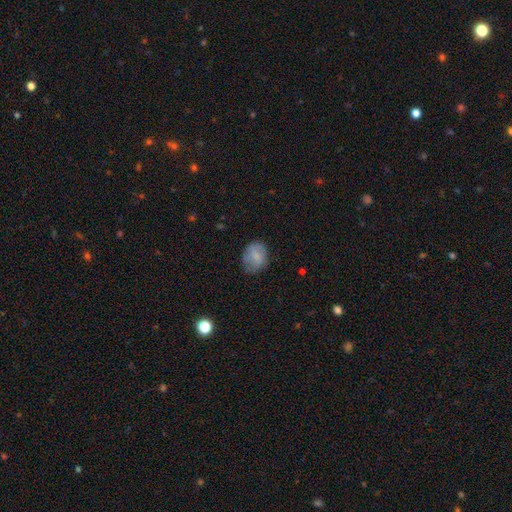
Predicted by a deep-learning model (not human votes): Overall: smooth (77%). How rounded: in between (52%; round 47%). Merging: none (70%).